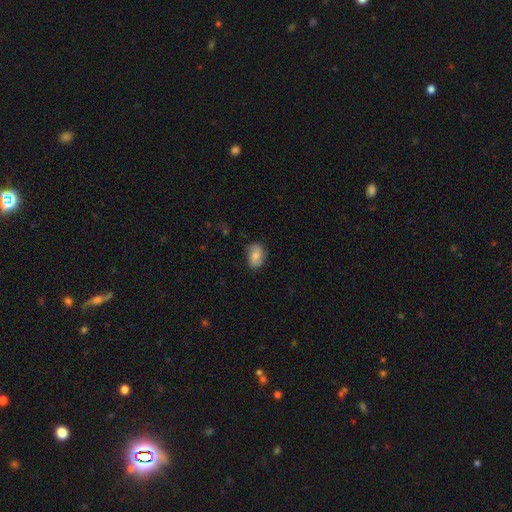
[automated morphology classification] Smooth or featured: smooth — 73% (featured or disk — 20%)
How rounded: in between — 74% (round — 24%)
Merging: none — 78% (minor disturbance — 17%)